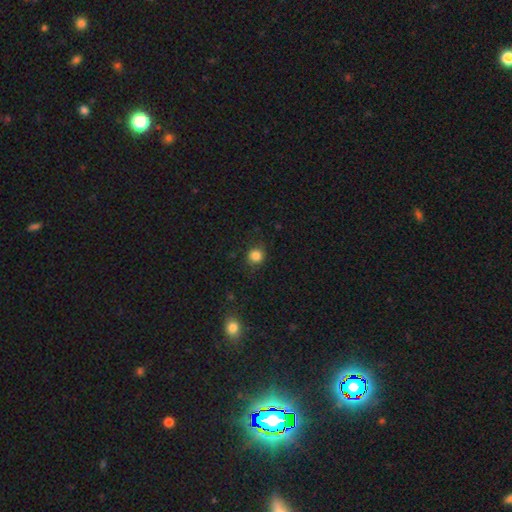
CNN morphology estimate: A smooth galaxy with no disk features (84%) that is round (88%). Merging: none (83%).